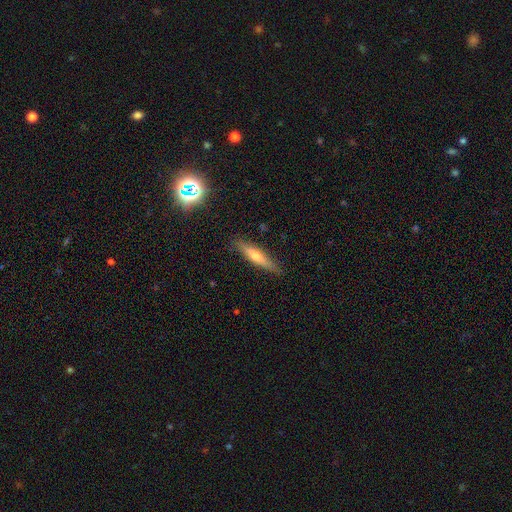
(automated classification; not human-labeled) The model was most divided on "smooth or featured": featured or disk: 50%, smooth: 42%, star or artifact: 9%. More confident: merging — none (88%).